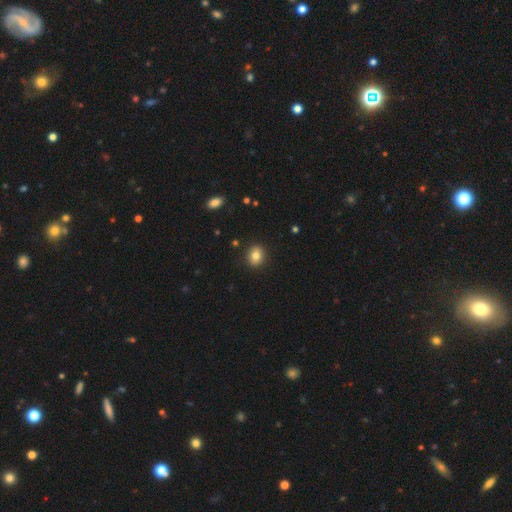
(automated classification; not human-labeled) Smooth or featured?
  - smooth: 81% *
  - star or artifact: 10%
  - featured or disk: 9%
How rounded?
  - round: 67% *
  - in between: 32%
  - cigar-shaped: 1%
Merging?
  - none: 90% *
  - minor disturbance: 7%
  - major disturbance: 2%
  - merger: 1%